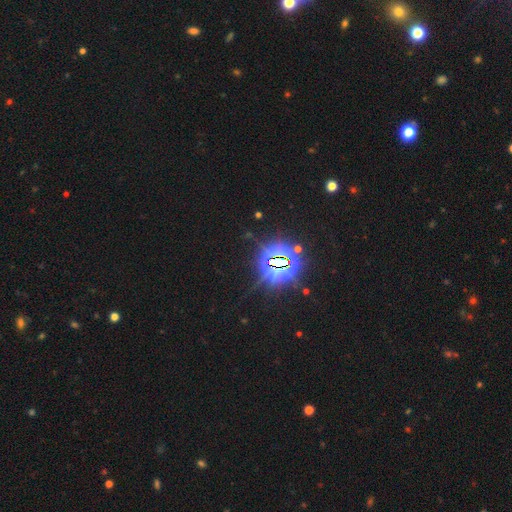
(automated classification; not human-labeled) Smooth or featured?
  - star or artifact: 86% *
  - smooth: 8%
  - featured or disk: 6%